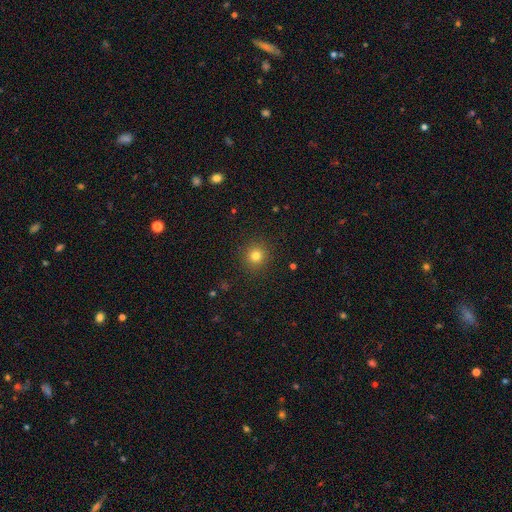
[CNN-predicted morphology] Overall: smooth (80%). How rounded: round (93%). Merging: none (91%).